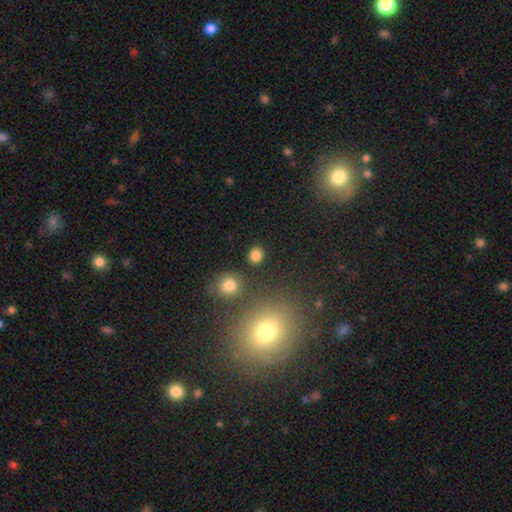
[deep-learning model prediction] A smooth galaxy with no disk features (82%) that is round (67%). Merging: none (86%).